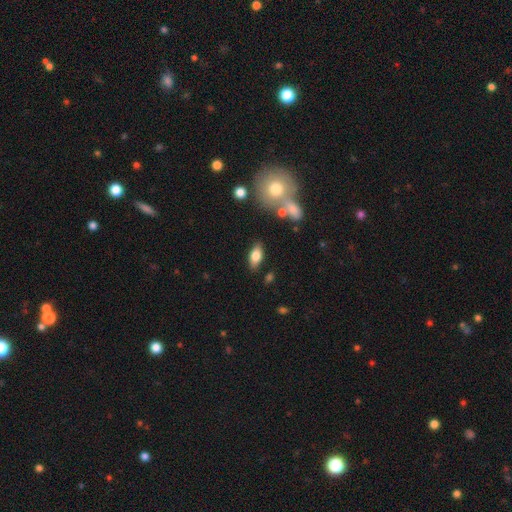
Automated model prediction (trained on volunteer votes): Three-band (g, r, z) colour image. It shows a smooth galaxy with no disk features (74%) that is in between round and cigar-shaped (85%). Merging: none (82%).